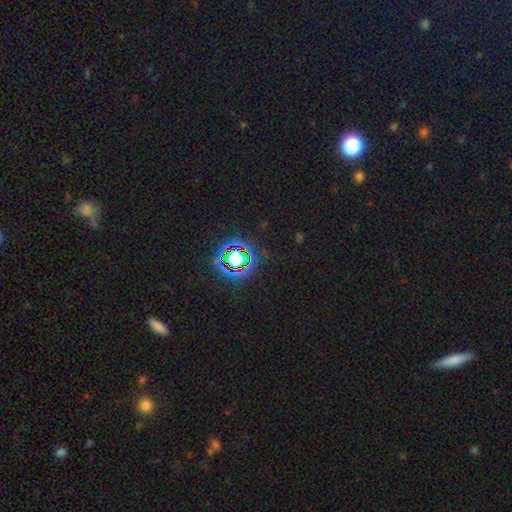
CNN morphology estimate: Smooth or featured?
  - star or artifact: 78% *
  - smooth: 13%
  - featured or disk: 9%